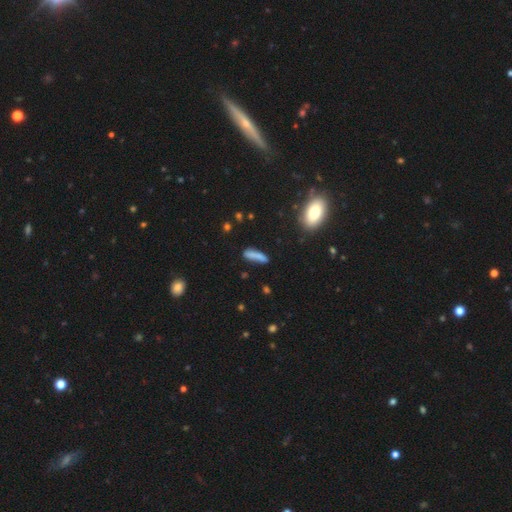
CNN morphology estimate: A smooth galaxy with no disk features (78%) that is cigar-shaped (78%).

Vote fractions:
- Smooth or featured? smooth: 78% / featured or disk: 13% / star or artifact: 8%
- How rounded? cigar-shaped: 78% / in between: 20% / round: 2%
- Merging? none: 67% / minor disturbance: 21% / major disturbance: 6% / merger: 6%